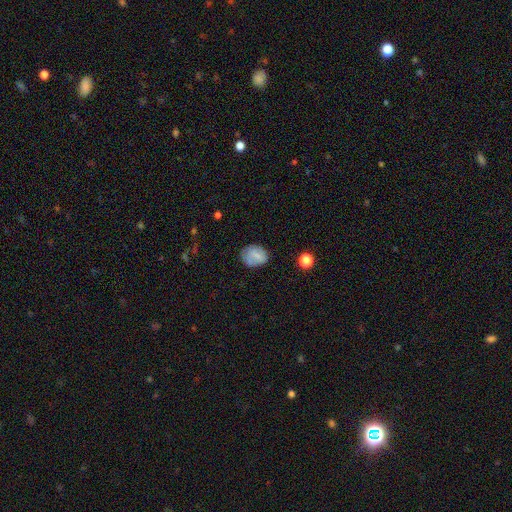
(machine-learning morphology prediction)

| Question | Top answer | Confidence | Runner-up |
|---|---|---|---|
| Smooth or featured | smooth | 70% | featured or disk (20%) |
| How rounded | in between | 55% | round (44%) |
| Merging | none | 63% | minor disturbance (25%) |